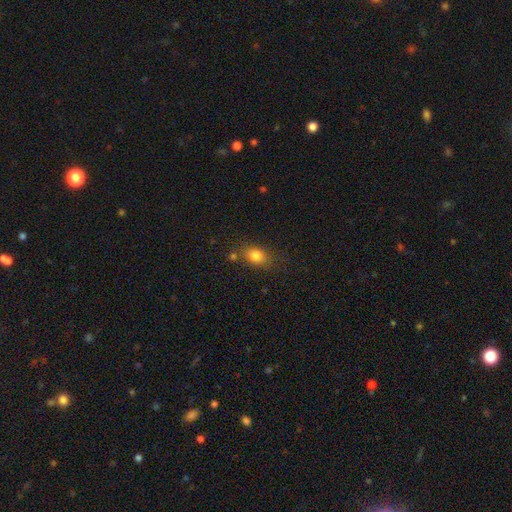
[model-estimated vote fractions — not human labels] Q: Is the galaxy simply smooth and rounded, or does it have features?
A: smooth — 81%.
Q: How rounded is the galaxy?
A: in between — 66%.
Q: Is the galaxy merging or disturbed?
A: none — 70%.